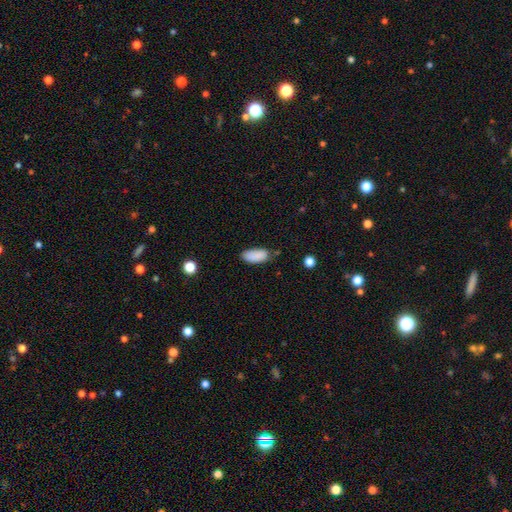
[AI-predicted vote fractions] Smooth or featured?
  - smooth: 88% *
  - star or artifact: 8%
  - featured or disk: 4%
How rounded?
  - in between: 88% *
  - cigar-shaped: 10%
  - round: 2%
Merging?
  - none: 72% *
  - minor disturbance: 21%
  - major disturbance: 4%
  - merger: 3%